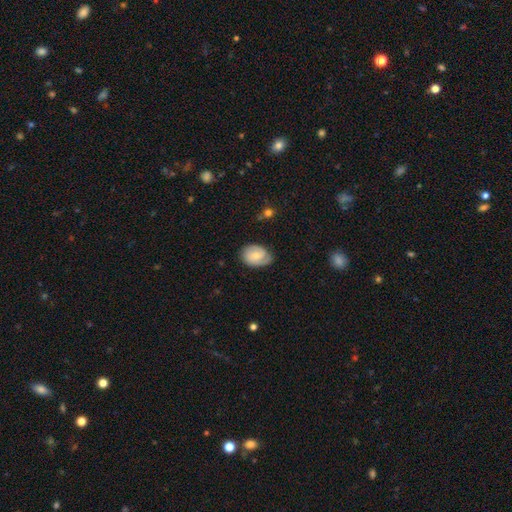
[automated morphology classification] smooth-or-featured: featured or disk: 51% | smooth: 42% | star or artifact: 7%
  disk-edge-on: no: 96% | yes: 4%
  merging: none: 64% | minor disturbance: 26% | major disturbance: 8% | merger: 1%